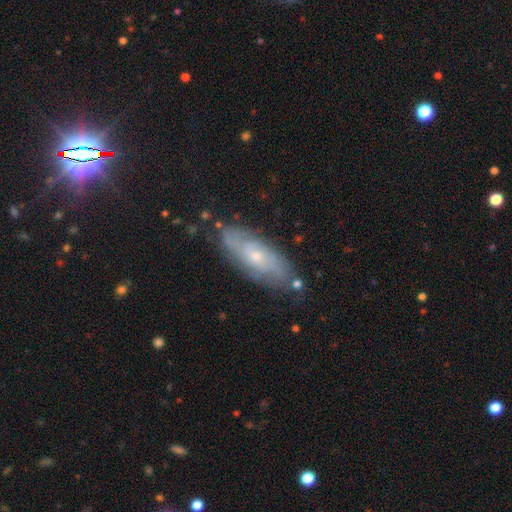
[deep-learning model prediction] A featured or disk galaxy (67%) with no bar (74%), spiral arms (84%) and a small central bulge (65%).

Vote fractions:
- Smooth or featured? featured or disk: 67% / smooth: 25% / star or artifact: 8%
- Edge-on disk? no: 85% / yes: 15%
- Bar? no: 74% / weak: 22% / strong: 4%
- Spiral arms? yes: 84% / no: 16%
- Bulge size? small: 65% / moderate: 31% / none: 2% / large: 1% / dominant: 1%
- Merging? none: 76% / minor disturbance: 17% / major disturbance: 4% / merger: 3%